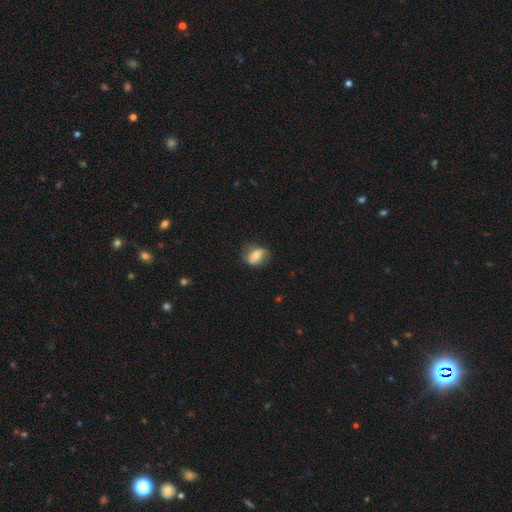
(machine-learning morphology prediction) smooth-or-featured: smooth: 54% | featured or disk: 38% | star or artifact: 8%
  how-rounded: in between: 65% | round: 32% | cigar-shaped: 3%
  merging: none: 69% | minor disturbance: 22% | major disturbance: 8% | merger: 1%